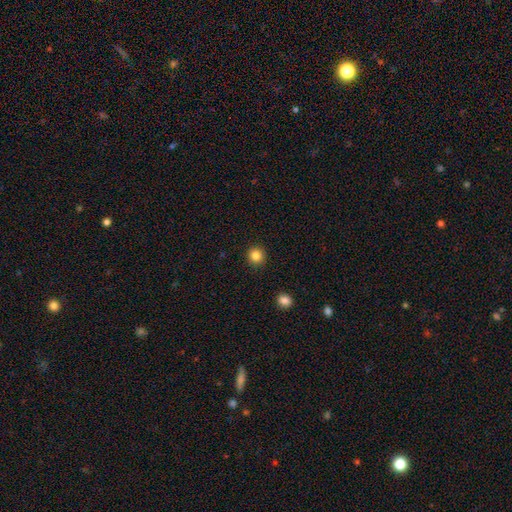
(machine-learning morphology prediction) Smooth or featured? smooth (85%)
How rounded? round (92%)
Merging? none (92%)